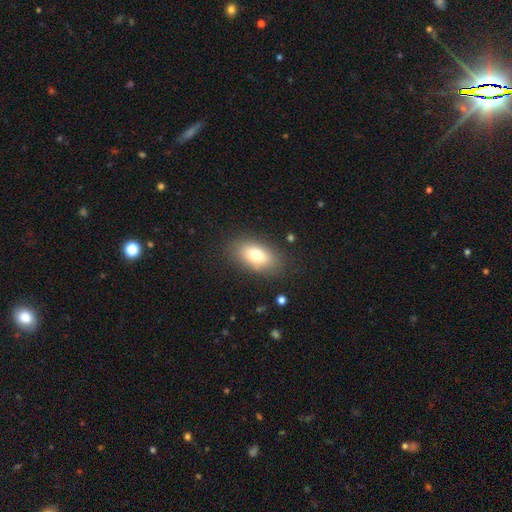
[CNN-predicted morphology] This appears to be a smooth galaxy with no disk features (76%) that is in between round and cigar-shaped (89%). Merging: none (84%).